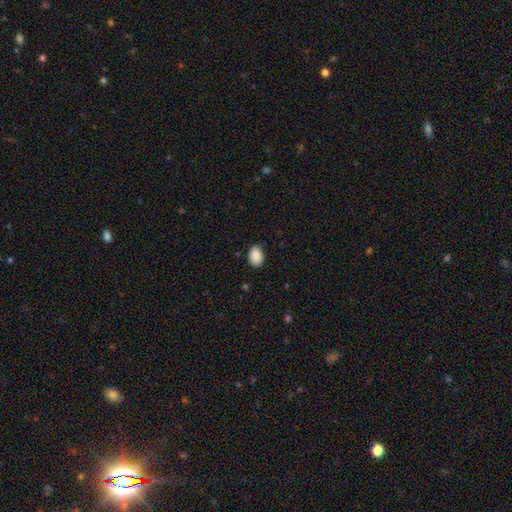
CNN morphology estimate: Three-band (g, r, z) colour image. It shows a smooth galaxy with no disk features (90%) that is in between round and cigar-shaped (82%). Merging: none (86%).